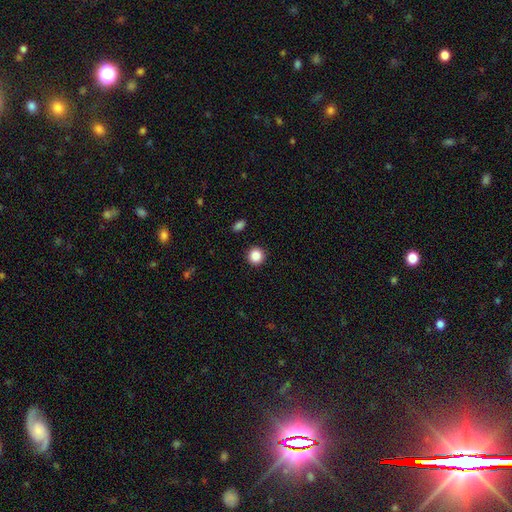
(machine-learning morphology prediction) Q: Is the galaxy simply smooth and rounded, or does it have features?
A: smooth — 88%.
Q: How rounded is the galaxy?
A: round — 93%.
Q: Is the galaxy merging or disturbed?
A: none — 91%.